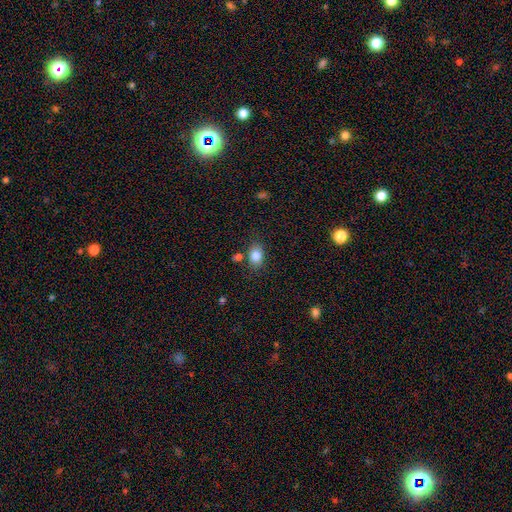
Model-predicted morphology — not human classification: Q: Smooth or featured?
A: smooth (84%); runner-up: star or artifact (9%)
Q: How rounded?
A: in between (72%); runner-up: round (27%)
Q: Merging?
A: none (75%); runner-up: minor disturbance (14%)